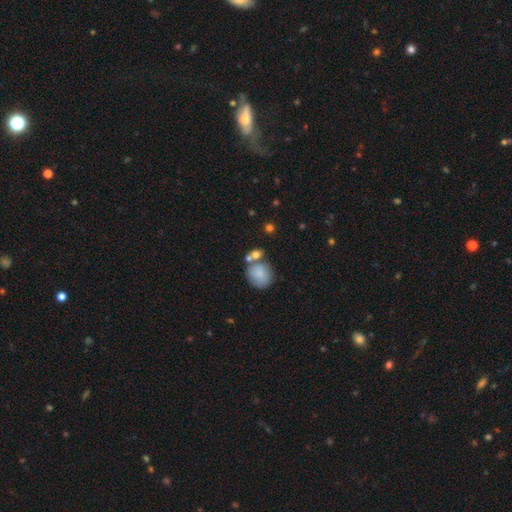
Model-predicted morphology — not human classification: A smooth galaxy with no disk features (77%) that is round (74%). Merging: none (55%).